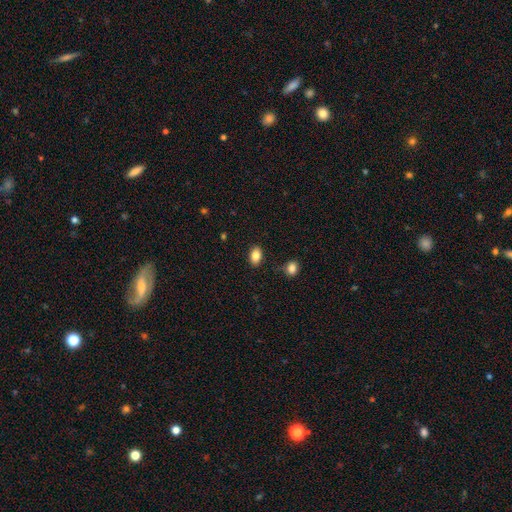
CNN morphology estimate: A smooth galaxy with no disk features (84%) that is in between round and cigar-shaped (87%). Merging: none (86%).